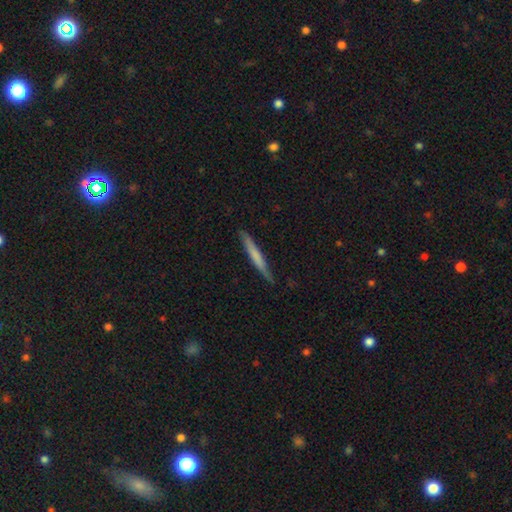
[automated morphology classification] This is possibly a smooth galaxy (59%). How rounded: clearly cigar-shaped (96%). Merging: clearly none (86%).